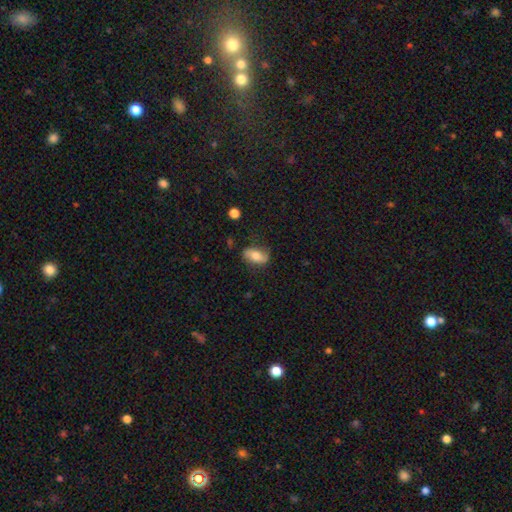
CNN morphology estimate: A smooth galaxy with no disk features (63%) that is in between round and cigar-shaped (84%). Merging: none (73%).